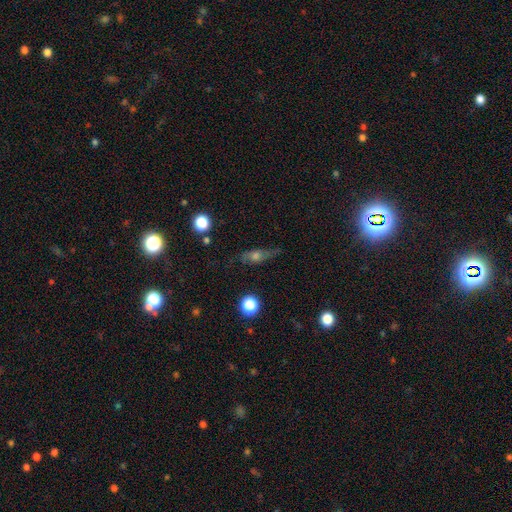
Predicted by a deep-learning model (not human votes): This appears to be a featured or disk galaxy (44%). Merging: none (67%).